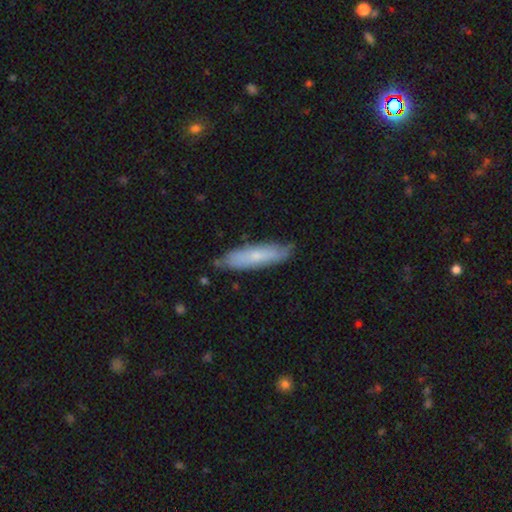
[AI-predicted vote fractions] Morphology: type=smooth (63%); roundness=cigar-shaped (71%); merging=none (79%).